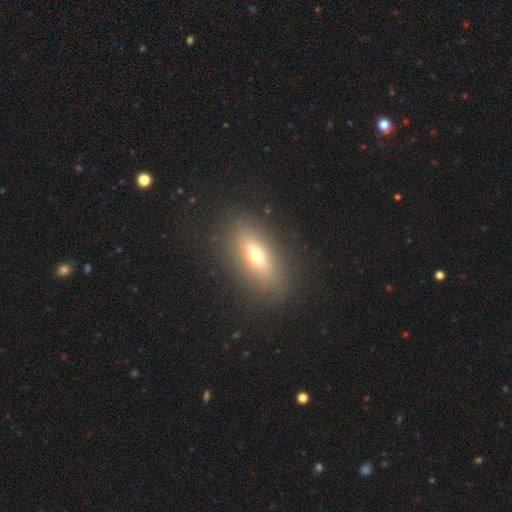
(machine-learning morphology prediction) smooth 61%, featured or disk 29%, star or artifact 10%. Down the decision tree: how rounded — in between (73%); merging — none (85%).